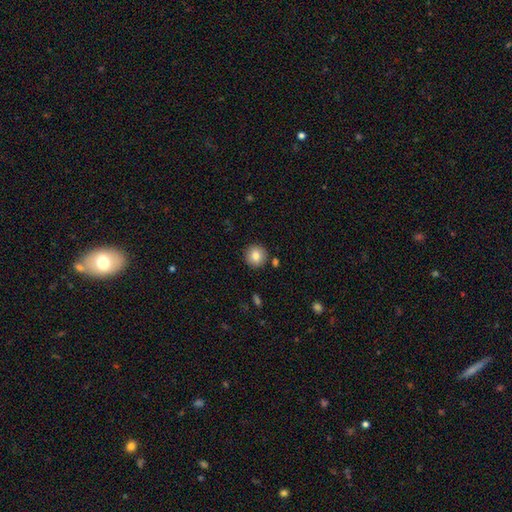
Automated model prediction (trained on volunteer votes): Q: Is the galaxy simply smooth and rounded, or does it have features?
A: smooth — 83%.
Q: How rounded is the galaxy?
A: round — 94%.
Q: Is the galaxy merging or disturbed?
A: none — 89%.